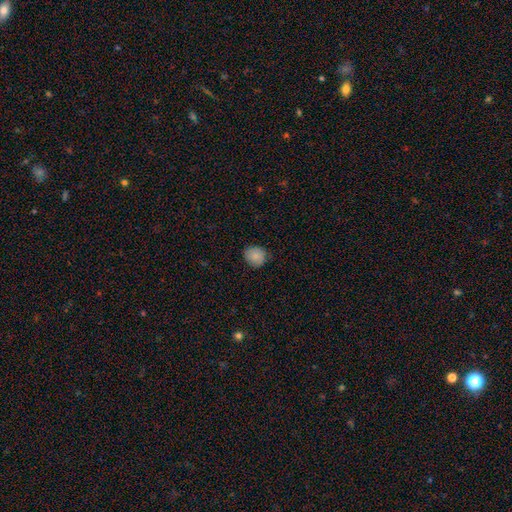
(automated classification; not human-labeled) Q: Smooth or featured?
A: smooth (87%); runner-up: star or artifact (9%)
Q: How rounded?
A: round (81%); runner-up: in between (18%)
Q: Merging?
A: none (82%); runner-up: minor disturbance (14%)